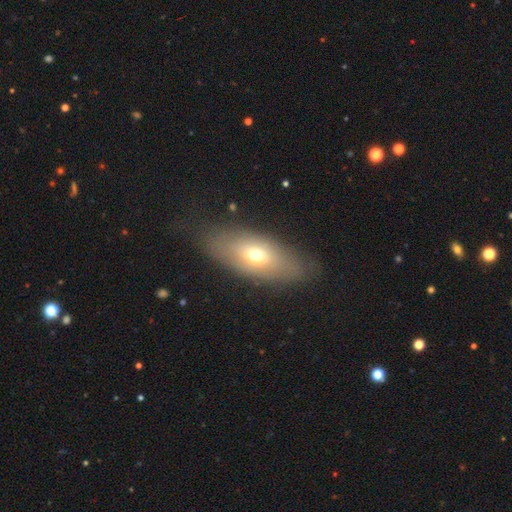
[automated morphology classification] This appears to be a smooth galaxy with no disk features (61%) that is in between round and cigar-shaped (81%). Merging: none (79%).